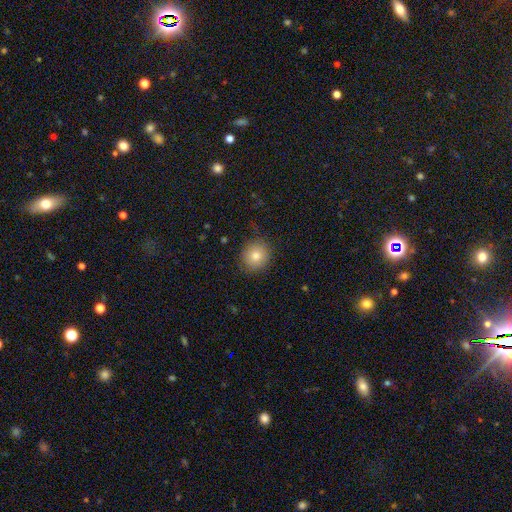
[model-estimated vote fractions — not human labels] Smooth or featured? smooth (81%)
How rounded? round (83%)
Merging? none (87%)